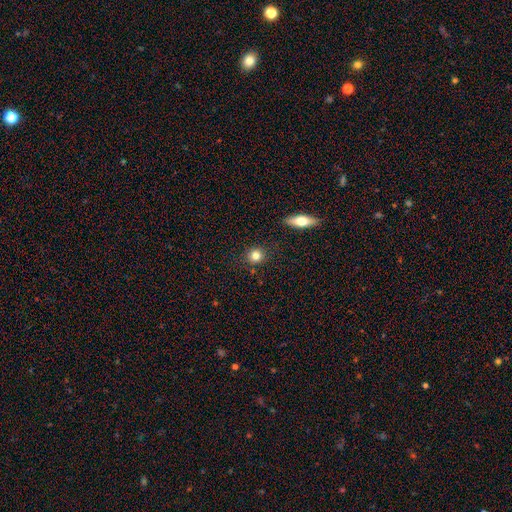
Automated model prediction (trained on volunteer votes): Smooth or featured? smooth (80%)
How rounded? round (86%)
Merging? none (87%)